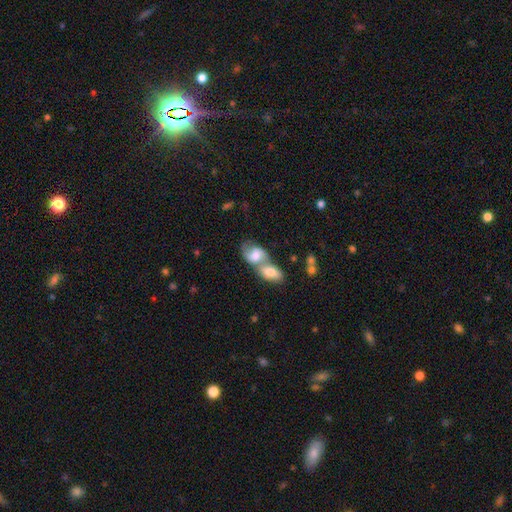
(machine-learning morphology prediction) smooth_or_featured: smooth (p=0.58) [alt: featured or disk p=0.33]
how_rounded: in between (p=0.78) [alt: round p=0.19]
merging: merger (p=0.72) [alt: none p=0.18]